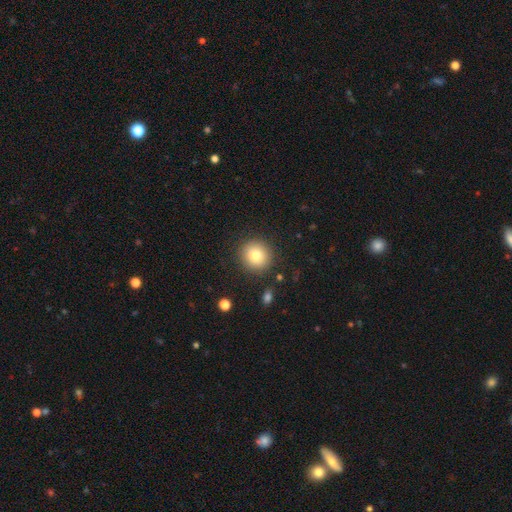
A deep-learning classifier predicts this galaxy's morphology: Smooth or featured?
  - smooth: 79% *
  - star or artifact: 11%
  - featured or disk: 10%
How rounded?
  - round: 91% *
  - in between: 8%
  - cigar-shaped: 1%
Merging?
  - none: 89% *
  - minor disturbance: 7%
  - major disturbance: 2%
  - merger: 2%